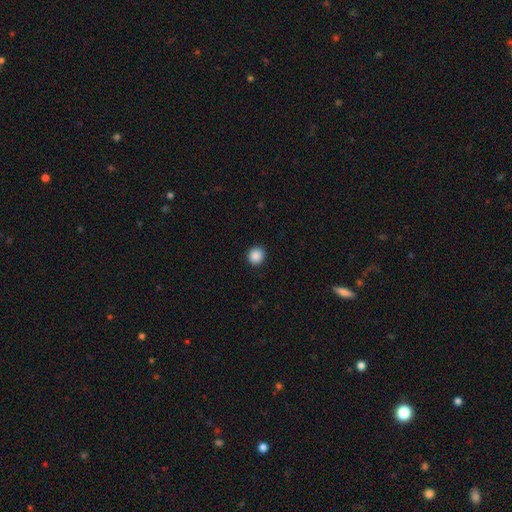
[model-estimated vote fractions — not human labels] This appears to be a smooth galaxy with no disk features (88%) that is round (89%). Merging: none (92%).